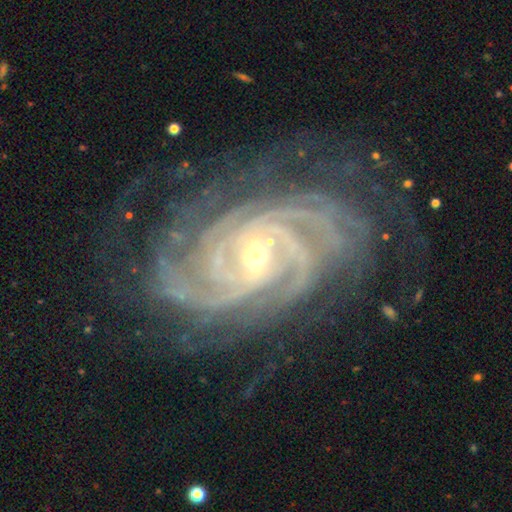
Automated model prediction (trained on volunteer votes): smooth_or_featured: featured or disk (p=0.93) [alt: star or artifact p=0.05]
disk_edge_on: no (p=0.97) [alt: yes p=0.03]
bar: no (p=0.40) [alt: weak p=0.37]
has_spiral_arms: yes (p=0.99) [alt: no p=0.01]
spiral_winding: tight (p=0.76) [alt: medium p=0.21]
spiral_arm_count: 4 (p=0.26) [alt: 3 p=0.18]
bulge_size: small (p=0.64) [alt: moderate p=0.32]
merging: none (p=0.78) [alt: minor disturbance p=0.15]